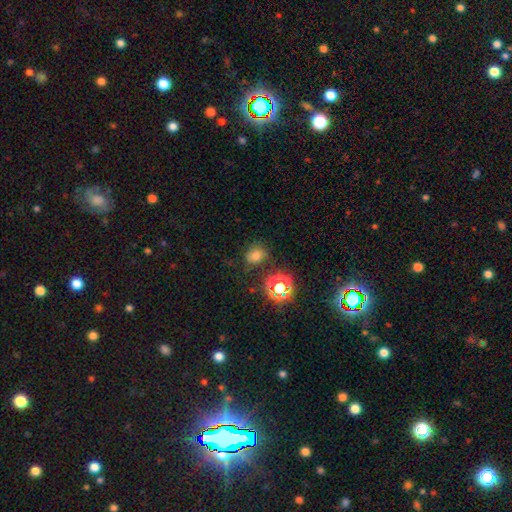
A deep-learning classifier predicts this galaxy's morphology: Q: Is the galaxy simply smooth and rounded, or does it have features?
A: smooth — 68%.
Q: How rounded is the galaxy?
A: round — 59%.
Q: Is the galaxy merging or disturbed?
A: none — 69%.